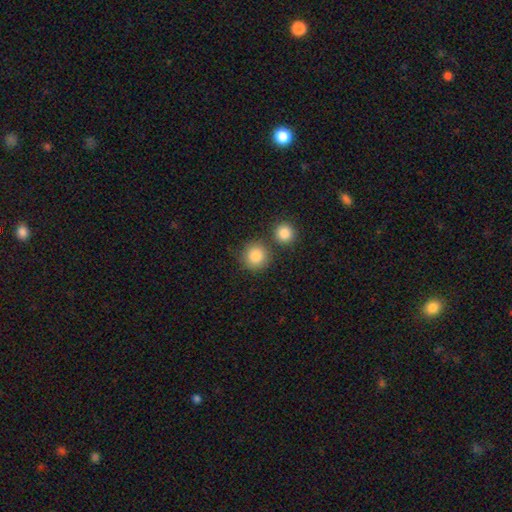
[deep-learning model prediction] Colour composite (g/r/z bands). It shows a smooth galaxy with no disk features (86%) that is round (91%). Merging: none (74%).